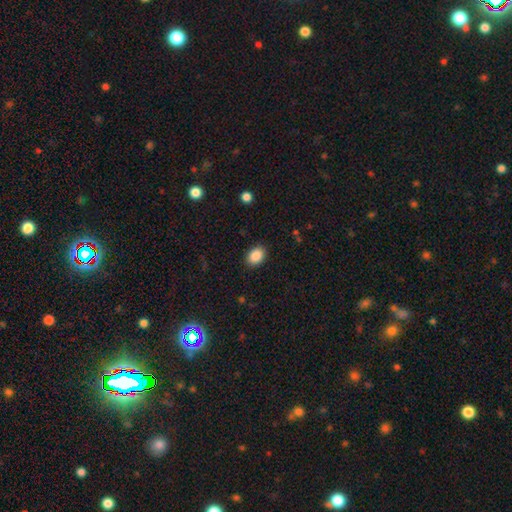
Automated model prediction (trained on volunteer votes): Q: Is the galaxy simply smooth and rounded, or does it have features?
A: smooth — 88%.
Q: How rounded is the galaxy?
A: in between — 76%.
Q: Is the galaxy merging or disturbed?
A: none — 88%.